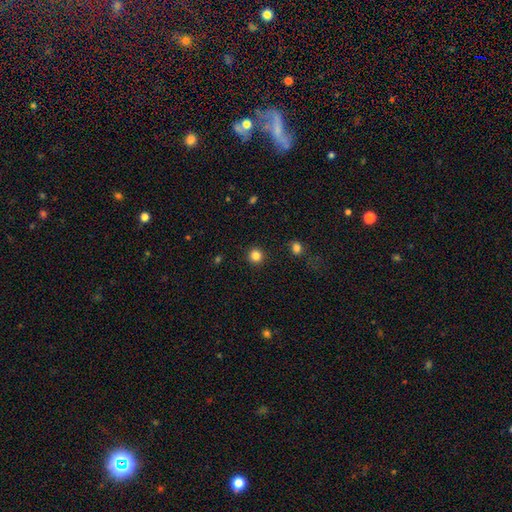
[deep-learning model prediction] smooth-or-featured: smooth: 84% | star or artifact: 12% | featured or disk: 4%
  how-rounded: round: 95% | in between: 4% | cigar-shaped: 1%
  merging: none: 93% | minor disturbance: 4% | major disturbance: 2% | merger: 1%